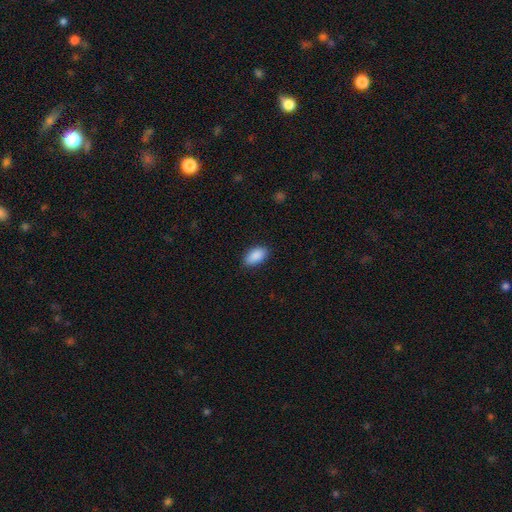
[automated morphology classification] smooth_or_featured: smooth (p=0.90) [alt: star or artifact p=0.07]
how_rounded: in between (p=0.93) [alt: round p=0.04]
merging: none (p=0.85) [alt: minor disturbance p=0.11]